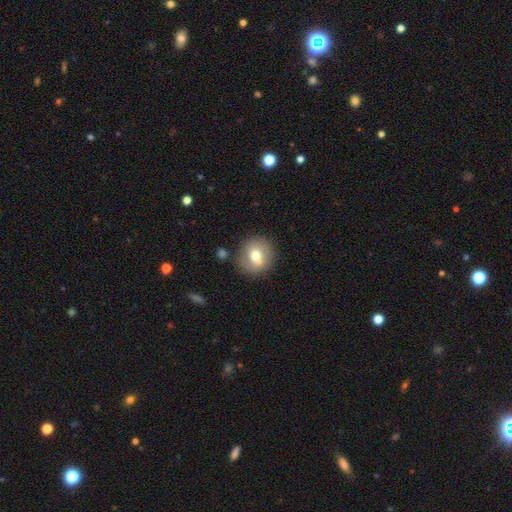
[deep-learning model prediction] Smooth or featured?
  - smooth: 66% *
  - featured or disk: 25%
  - star or artifact: 9%
How rounded?
  - round: 86% *
  - in between: 13%
  - cigar-shaped: 1%
Merging?
  - none: 81% *
  - minor disturbance: 10%
  - merger: 5%
  - major disturbance: 3%